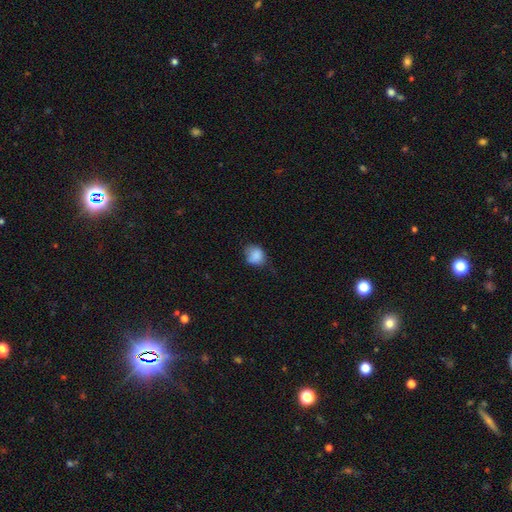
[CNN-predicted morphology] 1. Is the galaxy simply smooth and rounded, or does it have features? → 85% smooth, 9% star or artifact, 6% featured or disk.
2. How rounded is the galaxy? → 61% round, 38% in between, 1% cigar-shaped.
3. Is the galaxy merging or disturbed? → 48% none, 39% minor disturbance, 11% major disturbance, 2% merger.